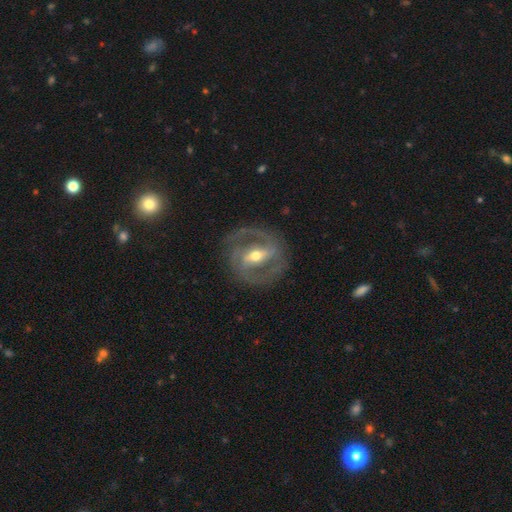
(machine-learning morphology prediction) Smooth or featured? Predicted: featured or disk (p=0.85). Edge-on disk? Predicted: no (p=0.93). Bar? Predicted: strong (p=0.61). Spiral arms? Predicted: yes (p=0.82). Spiral winding? Predicted: tight (p=0.44, tied with medium). Spiral arm count? Predicted: 2 (p=0.83). Bulge size? Predicted: moderate (p=0.63). Merging? Predicted: none (p=0.82).